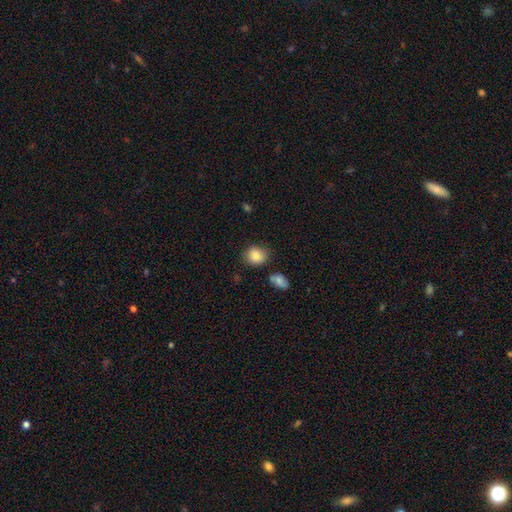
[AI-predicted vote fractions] smooth-or-featured: smooth: 85% | star or artifact: 9% | featured or disk: 6%
  how-rounded: round: 68% | in between: 31% | cigar-shaped: 1%
  merging: none: 77% | minor disturbance: 15% | merger: 5% | major disturbance: 4%